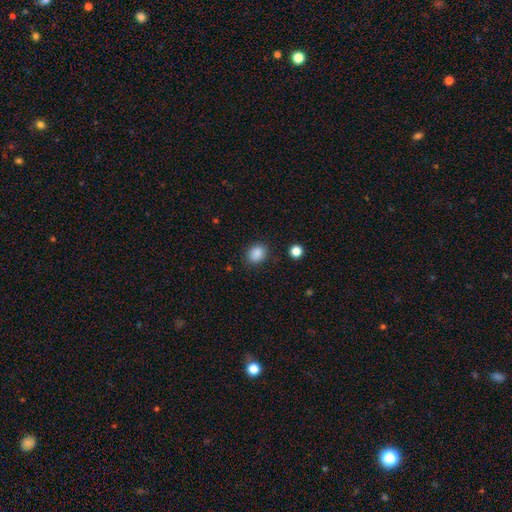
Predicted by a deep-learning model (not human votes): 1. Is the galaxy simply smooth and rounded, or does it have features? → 87% smooth, 9% star or artifact, 3% featured or disk.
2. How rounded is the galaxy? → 55% round, 44% in between, 1% cigar-shaped.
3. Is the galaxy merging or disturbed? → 85% none, 10% minor disturbance, 3% major disturbance, 2% merger.